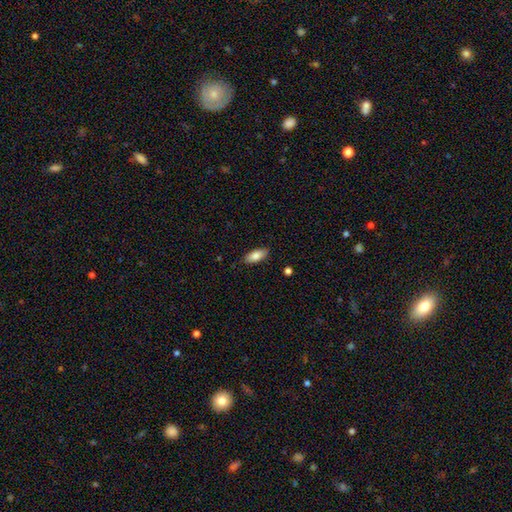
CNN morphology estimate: Overall: smooth (82%). How rounded: in between (83%). Merging: none (87%).